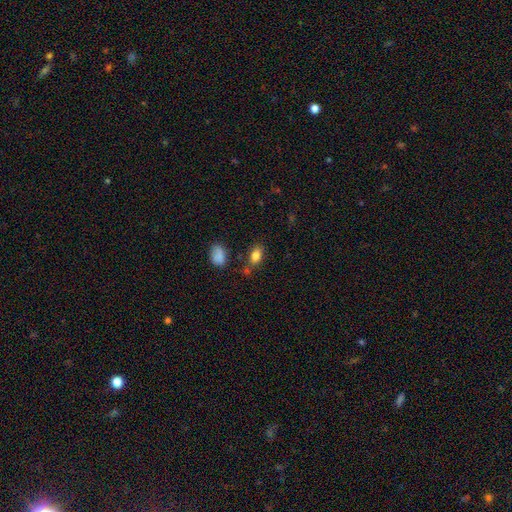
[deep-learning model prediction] This is clearly a smooth galaxy (83%). How rounded: clearly in between (87%). Merging: likely none (72%).